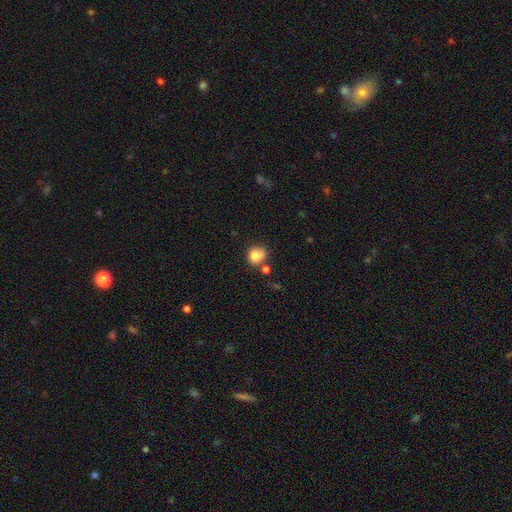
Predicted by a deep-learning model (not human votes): Smooth or featured: smooth — 83% (star or artifact — 9%)
How rounded: round — 73% (in between — 26%)
Merging: none — 56% (minor disturbance — 20%)